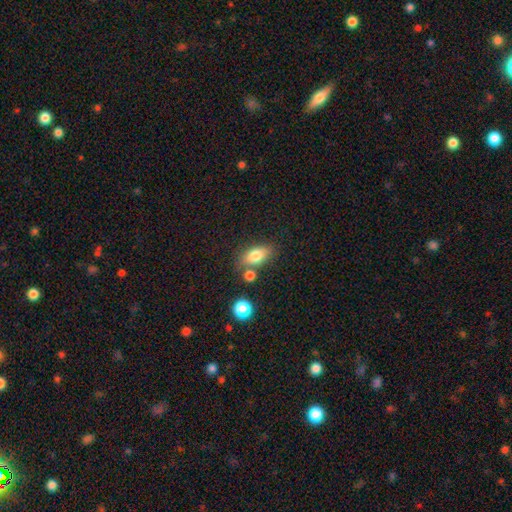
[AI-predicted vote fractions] smooth_or_featured: smooth (p=0.77) [alt: featured or disk p=0.14]
how_rounded: in between (p=0.83) [alt: round p=0.10]
merging: none (p=0.67) [alt: merger p=0.15]